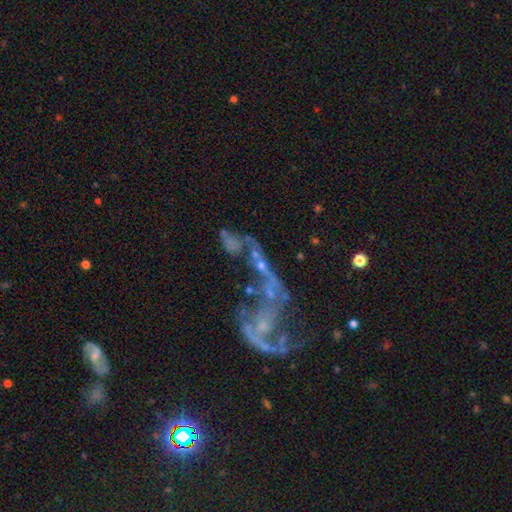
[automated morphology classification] A featured or disk galaxy (65%) with no bar (76%), no spiral arms (53%) and no central bulge (53%). Merging: merger (40%).